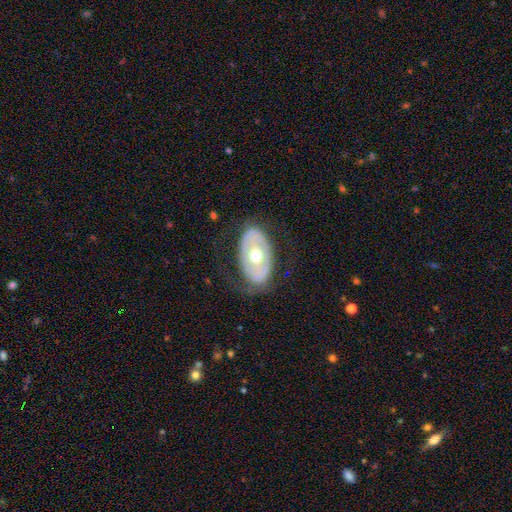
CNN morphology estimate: Smooth or featured?
  - featured or disk: 61% *
  - smooth: 34%
  - star or artifact: 6%
Edge-on disk?
  - no: 90% *
  - yes: 10%
Bar?
  - no: 79% *
  - weak: 14%
  - strong: 7%
Spiral arms?
  - no: 75% *
  - yes: 25%
Bulge size?
  - moderate: 77% *
  - small: 13%
  - large: 8%
  - dominant: 1%
  - none: 1%
Merging?
  - none: 70% *
  - minor disturbance: 18%
  - major disturbance: 10%
  - merger: 1%